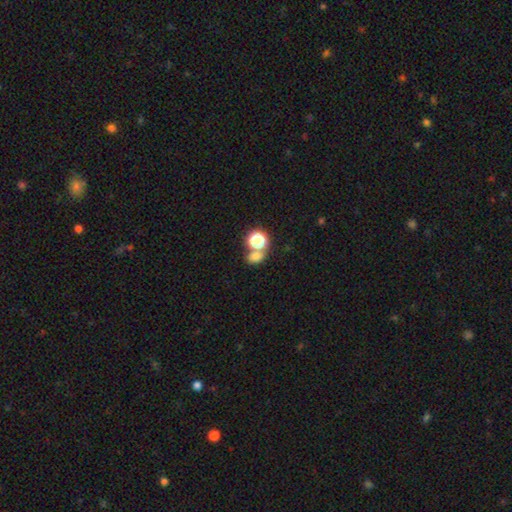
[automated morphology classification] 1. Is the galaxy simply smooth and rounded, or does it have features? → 70% smooth, 22% star or artifact, 9% featured or disk.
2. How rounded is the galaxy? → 53% round, 45% in between, 2% cigar-shaped.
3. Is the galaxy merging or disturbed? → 47% none, 39% merger, 9% minor disturbance, 5% major disturbance.